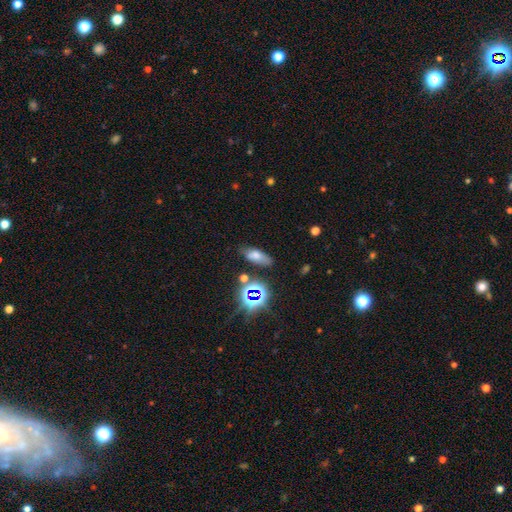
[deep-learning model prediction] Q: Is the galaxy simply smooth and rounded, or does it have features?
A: smooth — 62%.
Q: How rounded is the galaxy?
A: in between — 73%.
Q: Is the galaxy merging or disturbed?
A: none — 69%.